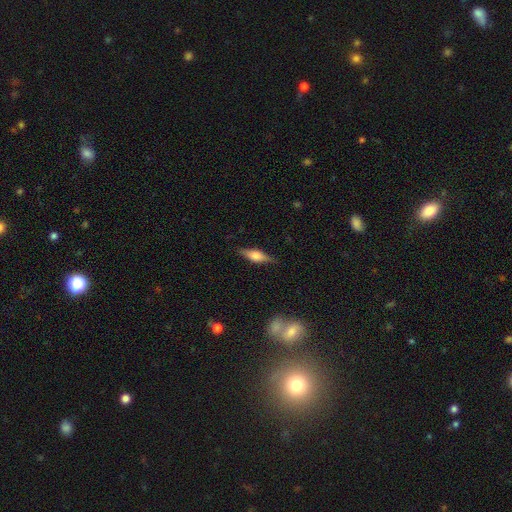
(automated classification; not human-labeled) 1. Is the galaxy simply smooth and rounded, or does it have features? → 50% featured or disk, 43% smooth, 8% star or artifact.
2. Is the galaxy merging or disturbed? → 83% none, 12% minor disturbance, 3% major disturbance, 1% merger.